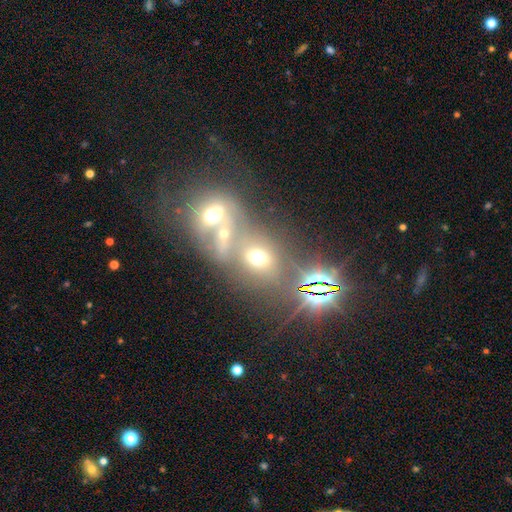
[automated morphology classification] A smooth galaxy with no disk features (43%).

Vote fractions:
- Smooth or featured? smooth: 43% / star or artifact: 36% / featured or disk: 21%
- Merging? merger: 63% / none: 25% / minor disturbance: 6% / major disturbance: 6%